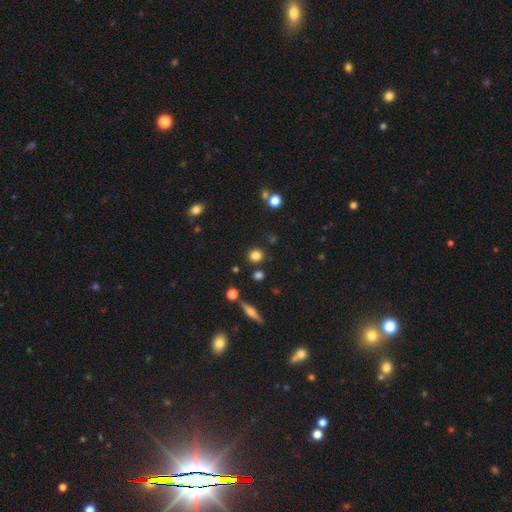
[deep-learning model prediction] Smooth or featured? Predicted: smooth (p=0.82). How rounded? Predicted: round (p=0.83). Merging? Predicted: none (p=0.85).